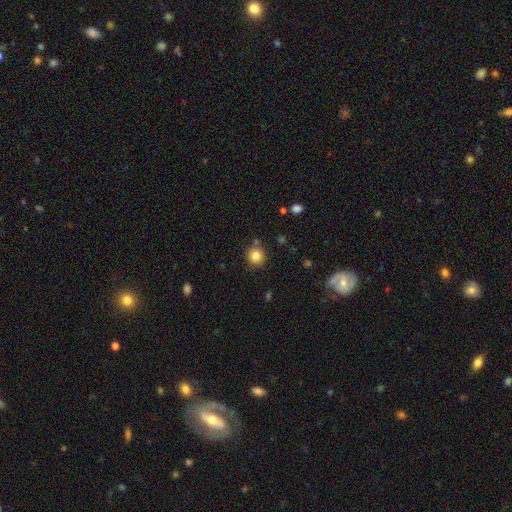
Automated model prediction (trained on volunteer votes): Smooth or featured? smooth (83%)
How rounded? round (91%)
Merging? none (84%)